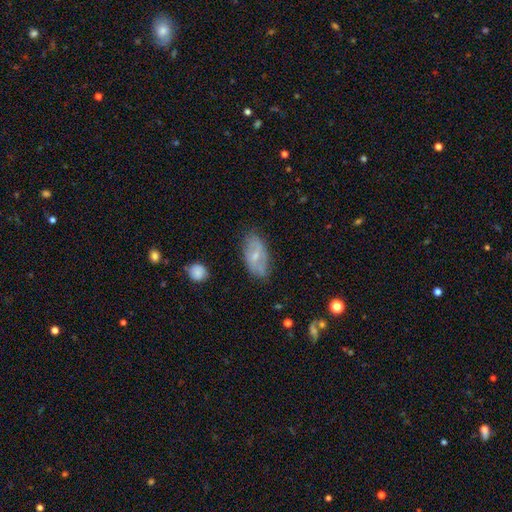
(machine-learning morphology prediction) This appears to be a featured or disk galaxy (54%). Merging: none (74%).